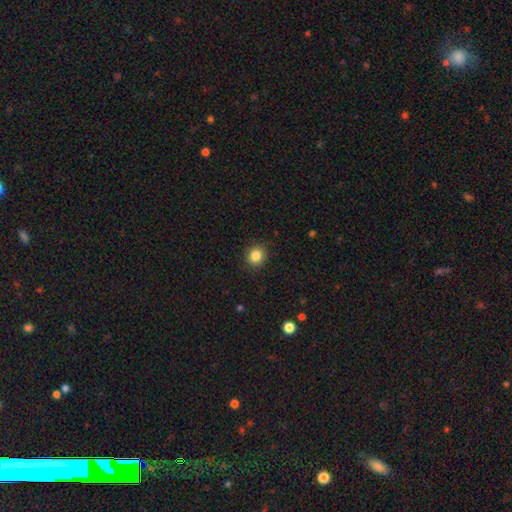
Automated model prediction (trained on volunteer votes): Smooth or featured? smooth (85%)
How rounded? round (84%)
Merging? none (89%)